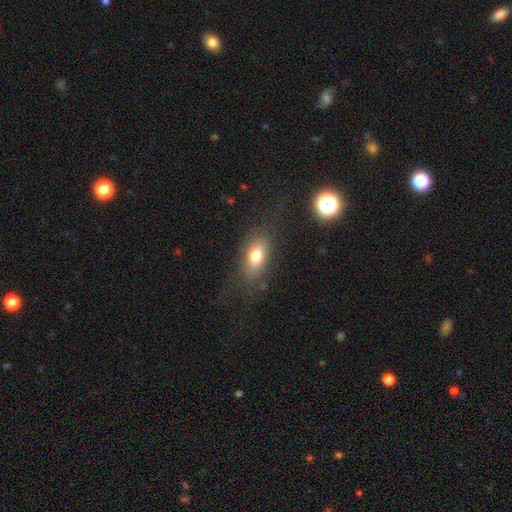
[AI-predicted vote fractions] smooth_or_featured: smooth (p=0.74) [alt: featured or disk p=0.16]
how_rounded: in between (p=0.82) [alt: round p=0.09]
merging: none (p=0.75) [alt: minor disturbance p=0.15]